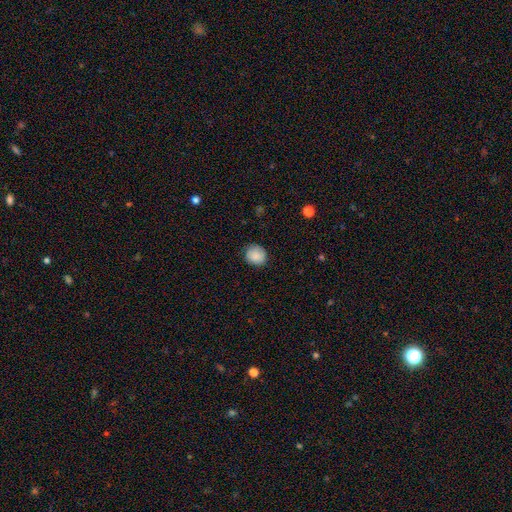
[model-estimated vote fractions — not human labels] Smooth or featured: smooth — 87% (star or artifact — 8%)
How rounded: round — 80% (in between — 19%)
Merging: none — 83% (minor disturbance — 13%)